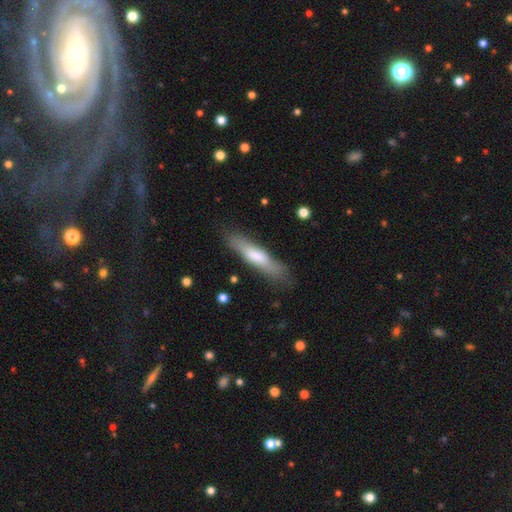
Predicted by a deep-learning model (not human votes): Q: Smooth or featured?
A: smooth (64%); runner-up: featured or disk (30%)
Q: How rounded?
A: cigar-shaped (82%); runner-up: in between (16%)
Q: Merging?
A: none (80%); runner-up: minor disturbance (14%)